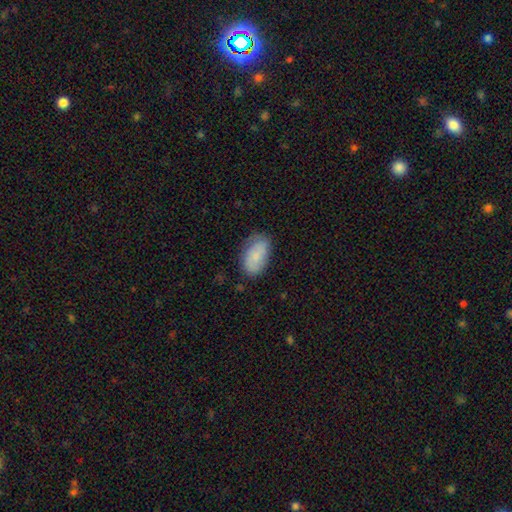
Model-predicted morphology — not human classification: Overall: smooth (80%). How rounded: in between (93%). Merging: none (75%).